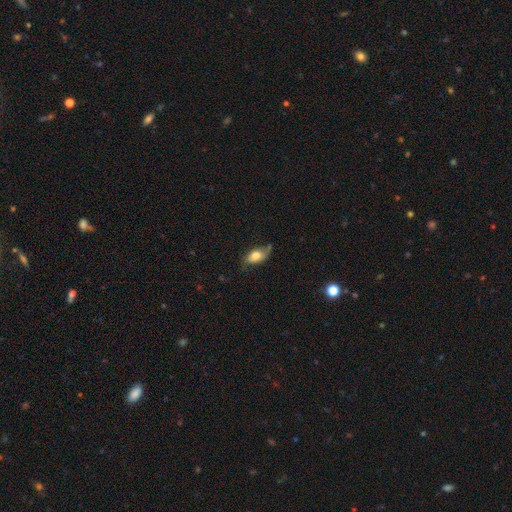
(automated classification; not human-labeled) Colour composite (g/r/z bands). It shows a smooth galaxy with no disk features (73%) that is in between round and cigar-shaped (88%). Merging: none (54%).